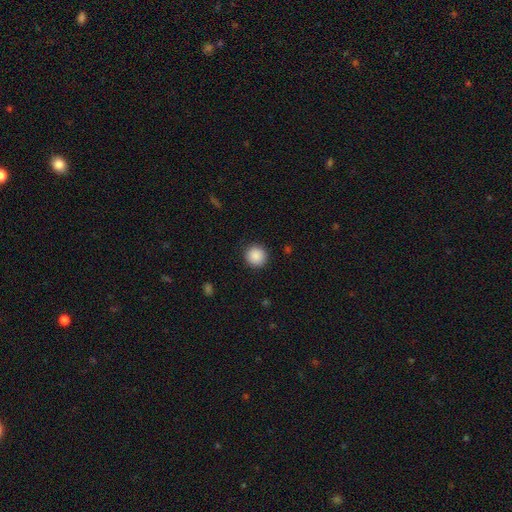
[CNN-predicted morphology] smooth-or-featured: smooth: 89% | star or artifact: 8% | featured or disk: 3%
  how-rounded: round: 95% | in between: 4% | cigar-shaped: 1%
  merging: none: 91% | minor disturbance: 6% | major disturbance: 2% | merger: 1%